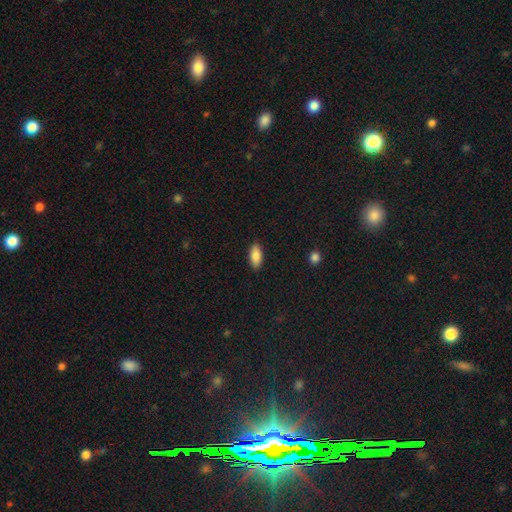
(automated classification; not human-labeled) The model was most divided on "how rounded": in between: 88%, cigar-shaped: 9%, round: 2%. More confident: merging — none (88%); smooth or featured — smooth (86%).